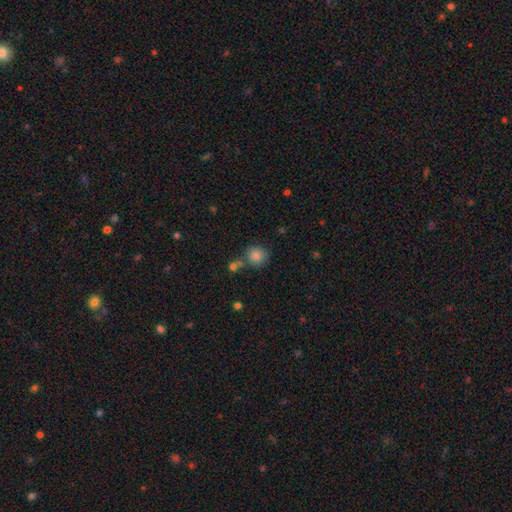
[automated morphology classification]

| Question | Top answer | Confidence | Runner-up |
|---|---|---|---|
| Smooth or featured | smooth | 84% | star or artifact (10%) |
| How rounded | round | 89% | in between (10%) |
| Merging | none | 69% | merger (15%) |